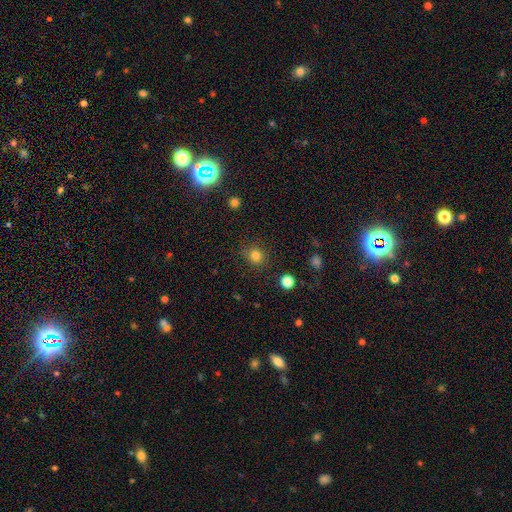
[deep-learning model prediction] Smooth or featured?
  - smooth: 82% *
  - star or artifact: 14%
  - featured or disk: 5%
How rounded?
  - round: 87% *
  - in between: 12%
  - cigar-shaped: 1%
Merging?
  - none: 86% *
  - minor disturbance: 9%
  - major disturbance: 3%
  - merger: 2%